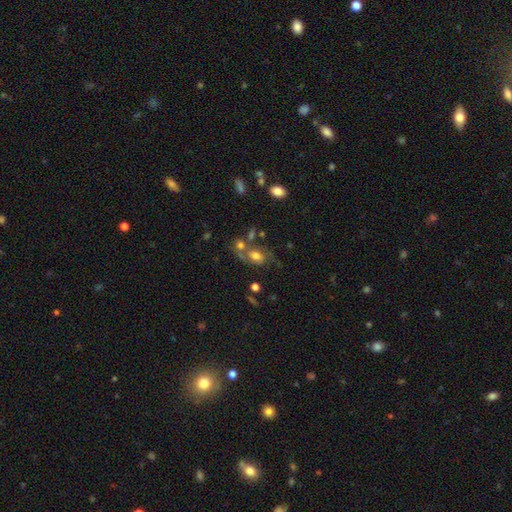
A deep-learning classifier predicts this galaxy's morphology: This appears to be a featured or disk galaxy (45%). Merging: none (37%).